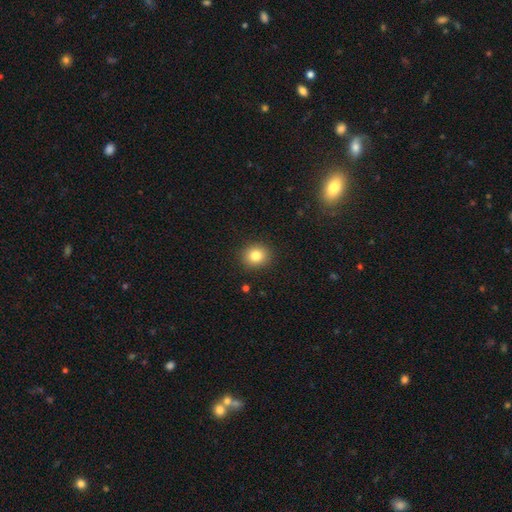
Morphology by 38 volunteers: Smooth or featured: smooth — 79% (featured or disk — 13%)
How rounded: round — 83% (in between — 17%)
Merging: none — 86% (minor disturbance — 11%)